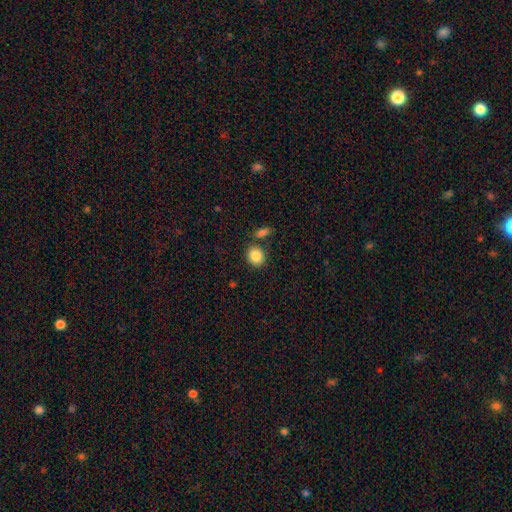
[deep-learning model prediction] The model was most divided on "how rounded": round: 61%, in between: 38%, cigar-shaped: 1%. More confident: smooth or featured — smooth (87%); merging — none (75%).